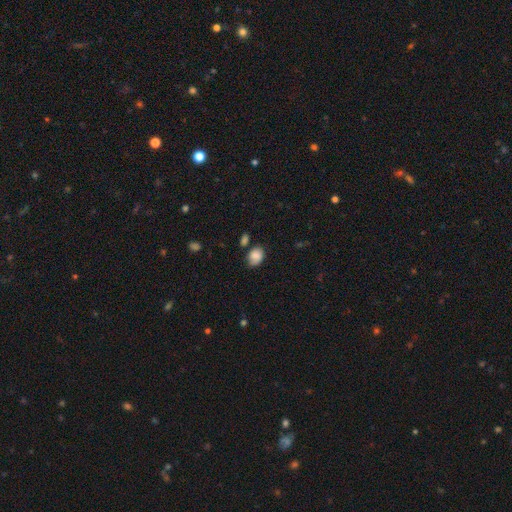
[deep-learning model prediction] Overall: smooth (82%). How rounded: in between (65%; round 34%). Merging: none (60%; minor disturbance 26%).